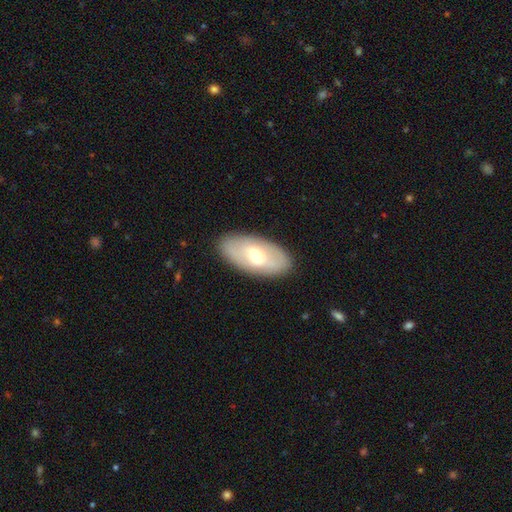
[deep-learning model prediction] Smooth or featured? Predicted: featured or disk (p=0.47, tied with smooth). Merging? Predicted: none (p=0.87).